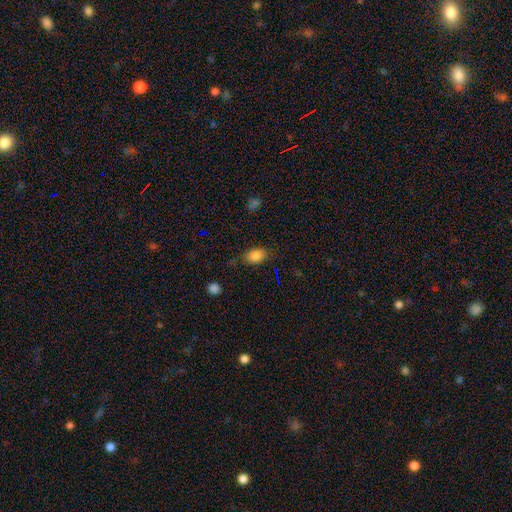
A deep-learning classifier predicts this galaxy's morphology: smooth 82%, star or artifact 11%, featured or disk 7%. Down the decision tree: how rounded — in between (79%); merging — none (72%).